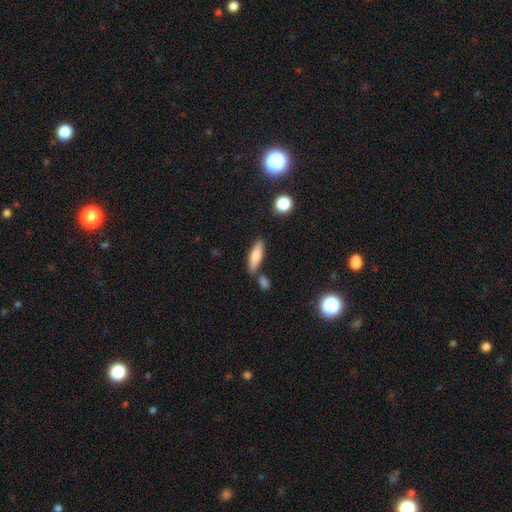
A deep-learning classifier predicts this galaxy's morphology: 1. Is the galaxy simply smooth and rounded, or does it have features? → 74% smooth, 20% featured or disk, 7% star or artifact.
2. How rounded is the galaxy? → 51% cigar-shaped, 47% in between, 2% round.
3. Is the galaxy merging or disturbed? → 74% none, 13% minor disturbance, 10% merger, 3% major disturbance.